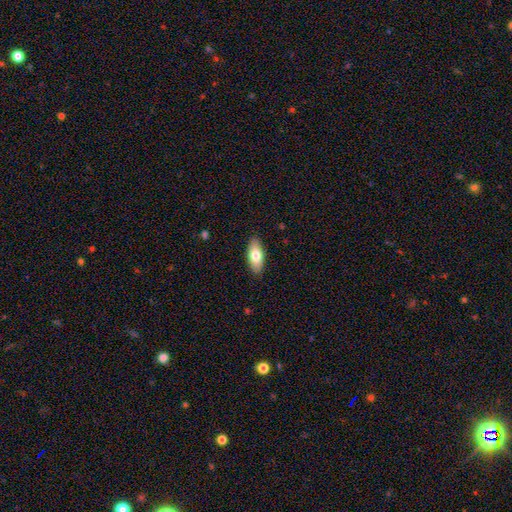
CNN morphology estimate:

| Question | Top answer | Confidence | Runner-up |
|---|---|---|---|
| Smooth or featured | smooth | 75% | featured or disk (18%) |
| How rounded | in between | 83% | cigar-shaped (14%) |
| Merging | none | 88% | minor disturbance (9%) |